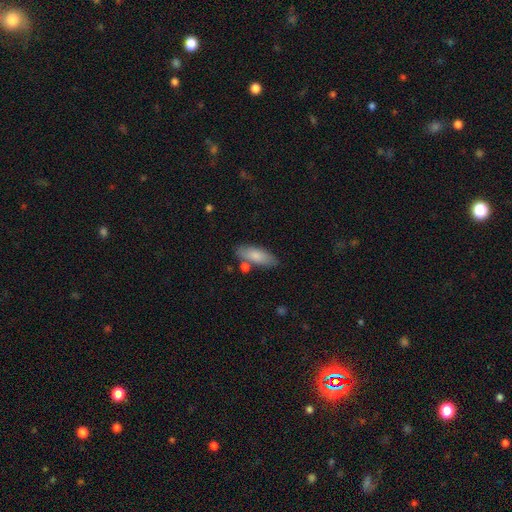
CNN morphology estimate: This appears to be a smooth galaxy with no disk features (80%) that is in between round and cigar-shaped (66%). Merging: none (75%).